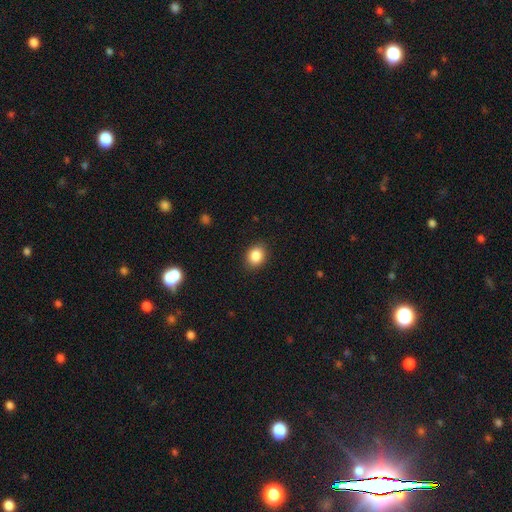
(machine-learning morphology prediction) type=smooth (86%); roundness=round (50%, tied with in between); merging=none (88%).